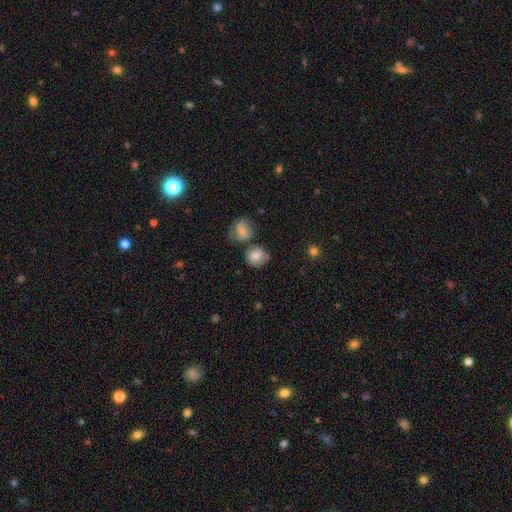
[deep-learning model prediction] The model was most divided on "merging": none: 51%, merger: 22%, minor disturbance: 20%, major disturbance: 7%. More confident: smooth or featured — smooth (79%); how rounded — round (73%).